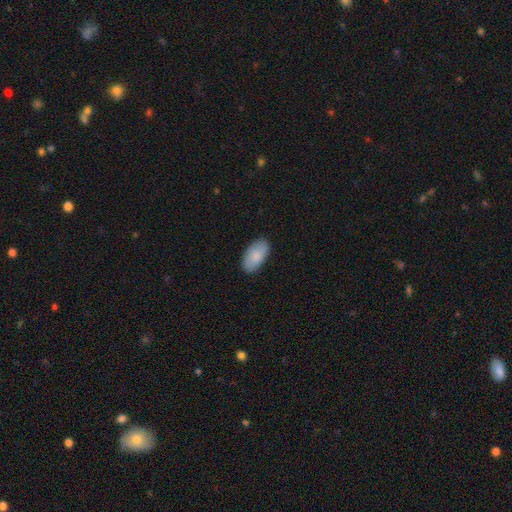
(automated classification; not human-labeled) Smooth or featured?
  - smooth: 85% *
  - featured or disk: 10%
  - star or artifact: 5%
How rounded?
  - in between: 95% *
  - round: 2%
  - cigar-shaped: 2%
Merging?
  - none: 87% *
  - minor disturbance: 10%
  - major disturbance: 2%
  - merger: 1%